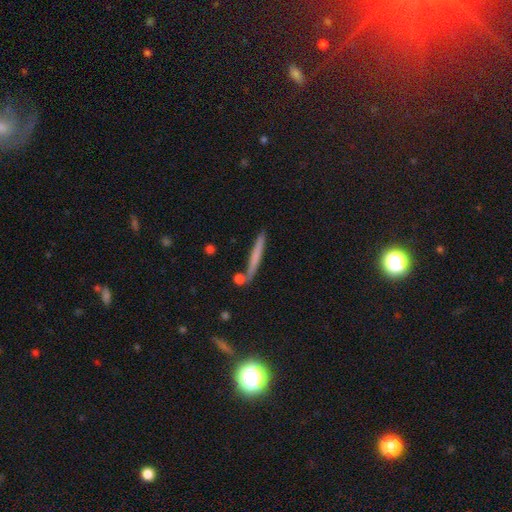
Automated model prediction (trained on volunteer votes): Q: Smooth or featured?
A: smooth (61%); runner-up: featured or disk (31%)
Q: How rounded?
A: cigar-shaped (95%); runner-up: in between (3%)
Q: Merging?
A: none (79%); runner-up: minor disturbance (11%)